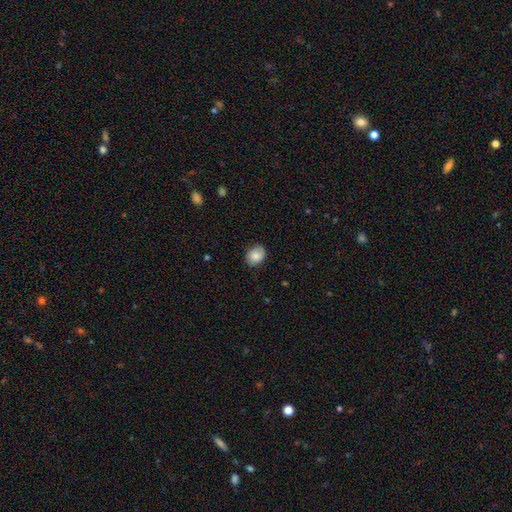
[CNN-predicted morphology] Smooth or featured? Predicted: smooth (p=0.82). How rounded? Predicted: in between (p=0.56). Merging? Predicted: none (p=0.80).